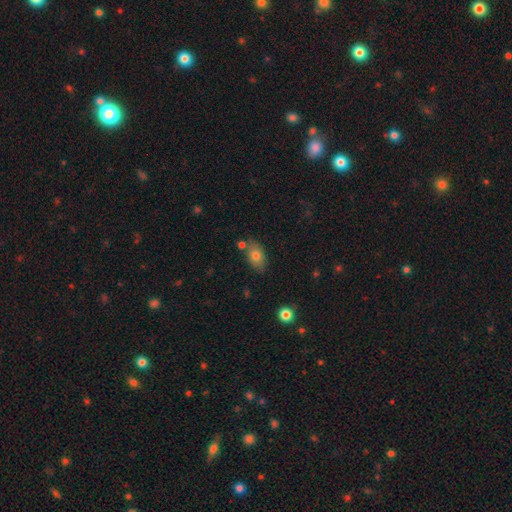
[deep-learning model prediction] A smooth galaxy with no disk features (76%) that is in between round and cigar-shaped (87%). Merging: none (70%).